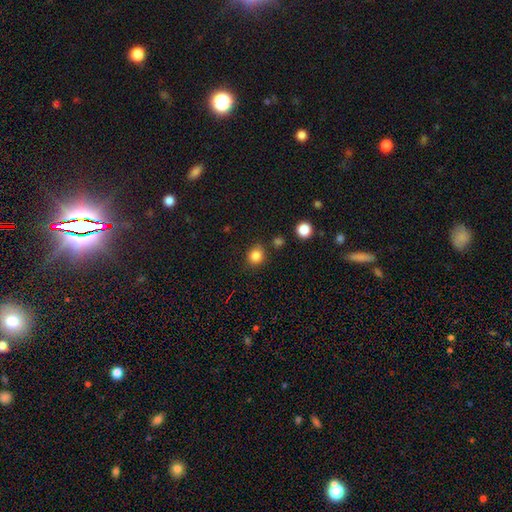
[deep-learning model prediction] Smooth or featured?
  - smooth: 84% *
  - star or artifact: 11%
  - featured or disk: 4%
How rounded?
  - round: 79% *
  - in between: 20%
  - cigar-shaped: 1%
Merging?
  - none: 81% *
  - minor disturbance: 12%
  - merger: 4%
  - major disturbance: 3%